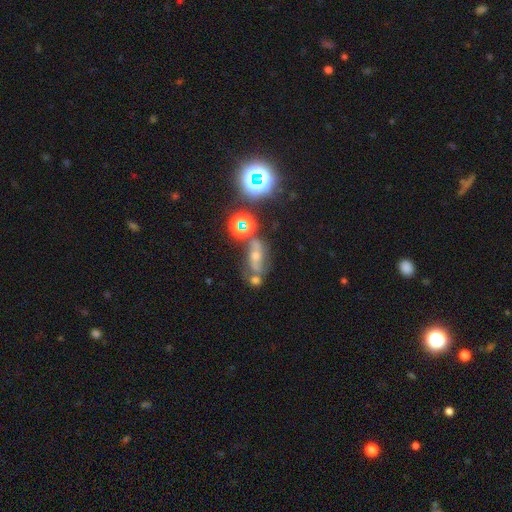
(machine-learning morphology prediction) Smooth or featured? featured or disk (42%)
Merging? none (52%)